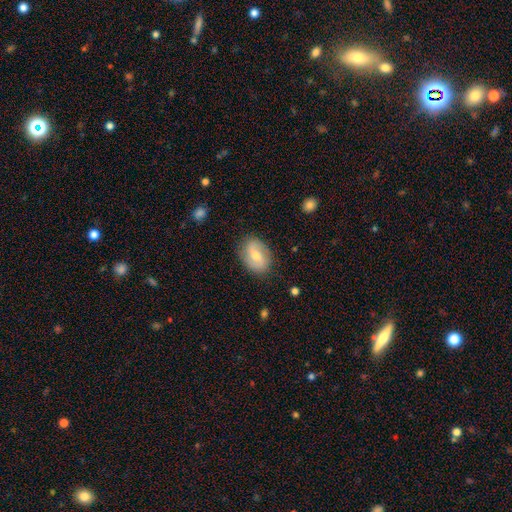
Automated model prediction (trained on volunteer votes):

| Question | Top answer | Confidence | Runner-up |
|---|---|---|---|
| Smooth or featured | featured or disk | 53% | smooth (40%) |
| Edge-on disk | no | 96% | yes (4%) |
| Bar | weak | 46% | no (39%) |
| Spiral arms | yes | 81% | no (19%) |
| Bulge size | moderate | 56% | small (39%) |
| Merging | none | 81% | minor disturbance (14%) |